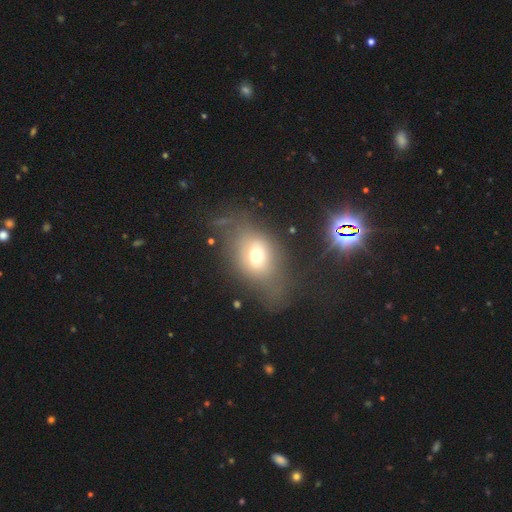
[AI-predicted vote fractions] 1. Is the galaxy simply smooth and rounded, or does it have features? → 59% smooth, 26% featured or disk, 16% star or artifact.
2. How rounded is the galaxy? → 65% in between, 32% round, 2% cigar-shaped.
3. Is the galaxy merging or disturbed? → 52% none, 22% major disturbance, 22% minor disturbance, 4% merger.